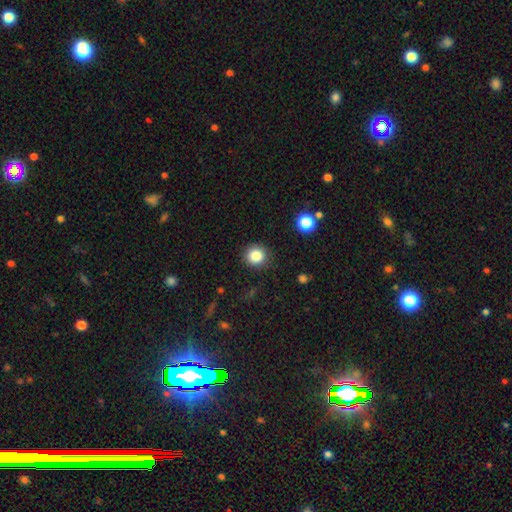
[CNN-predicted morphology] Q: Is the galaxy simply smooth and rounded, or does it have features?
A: smooth — 84%.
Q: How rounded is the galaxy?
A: round — 91%.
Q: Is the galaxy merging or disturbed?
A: none — 88%.